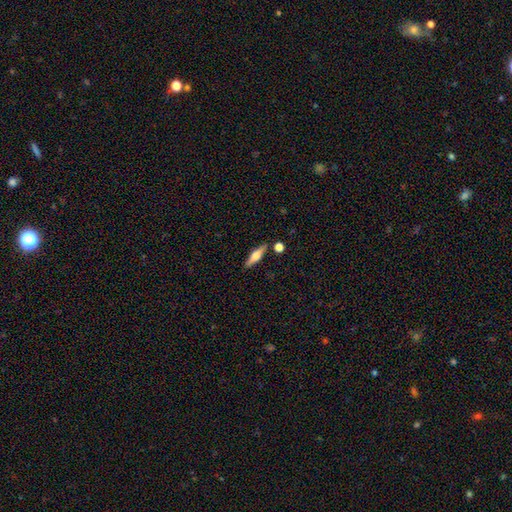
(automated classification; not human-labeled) Q: Smooth or featured?
A: featured or disk (61%); runner-up: smooth (33%)
Q: Edge-on disk?
A: yes (96%); runner-up: no (4%)
Q: Edge-on bulge?
A: rounded (92%); runner-up: boxy (6%)
Q: Merging?
A: none (85%); runner-up: minor disturbance (8%)